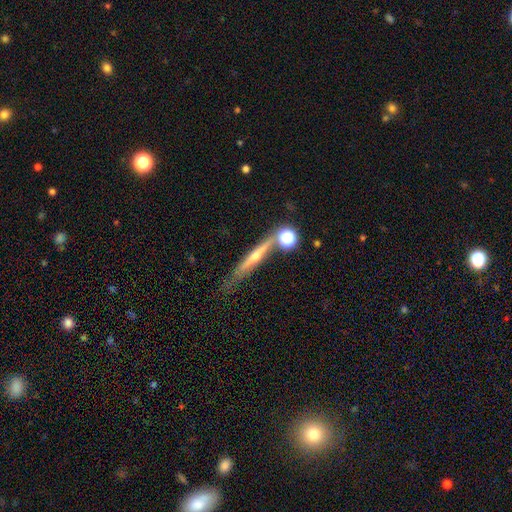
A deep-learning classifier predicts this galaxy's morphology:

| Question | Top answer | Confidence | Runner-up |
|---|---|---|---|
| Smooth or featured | featured or disk | 67% | smooth (24%) |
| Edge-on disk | yes | 92% | no (8%) |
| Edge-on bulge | rounded | 79% | none (17%) |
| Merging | none | 64% | minor disturbance (17%) |